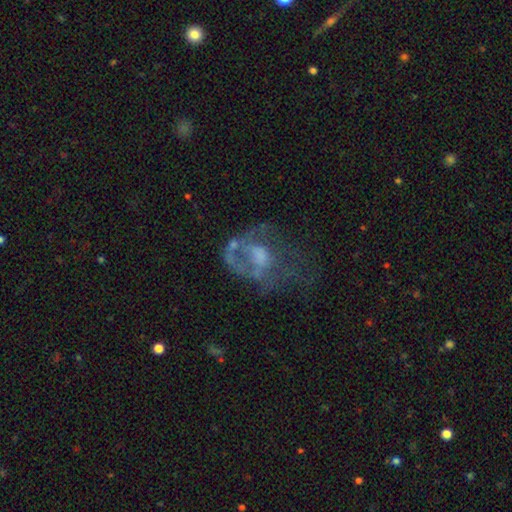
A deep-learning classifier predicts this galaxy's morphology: Smooth or featured? featured or disk (61%)
Edge-on disk? no (96%)
Bar? no (78%)
Spiral arms? no (64%)
Bulge size? moderate (46%)
Merging? major disturbance (44%)